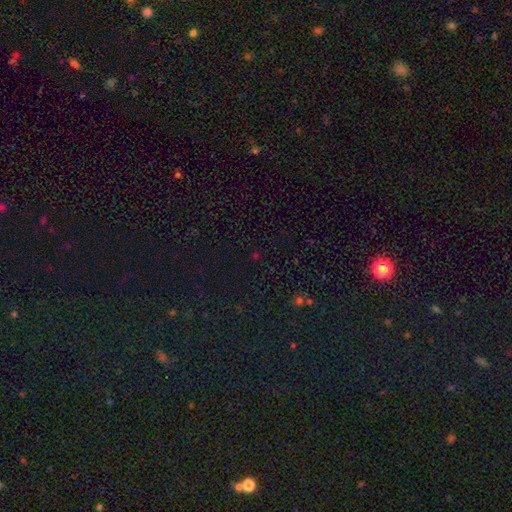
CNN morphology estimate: Smooth or featured? Predicted: star or artifact (p=0.63).